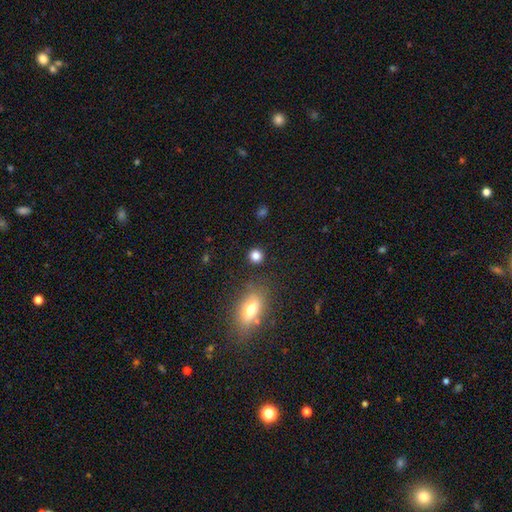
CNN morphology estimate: A smooth galaxy with no disk features (84%) that is round (86%).

Vote fractions:
- Smooth or featured? smooth: 84% / star or artifact: 12% / featured or disk: 5%
- How rounded? round: 86% / in between: 12% / cigar-shaped: 2%
- Merging? none: 86% / minor disturbance: 8% / merger: 3% / major disturbance: 3%